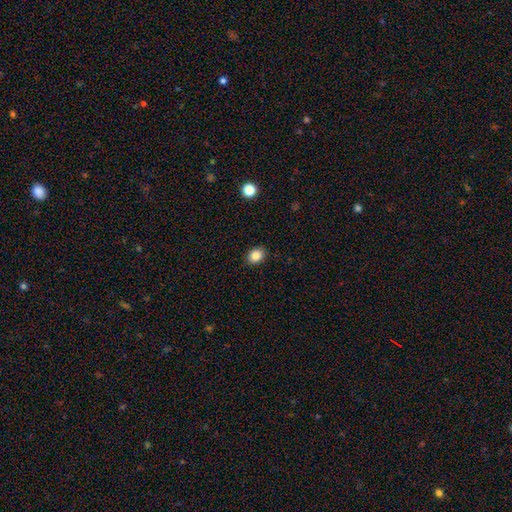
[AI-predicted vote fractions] This appears to be a smooth galaxy with no disk features (86%) that is in between round and cigar-shaped (58%). Merging: none (89%).